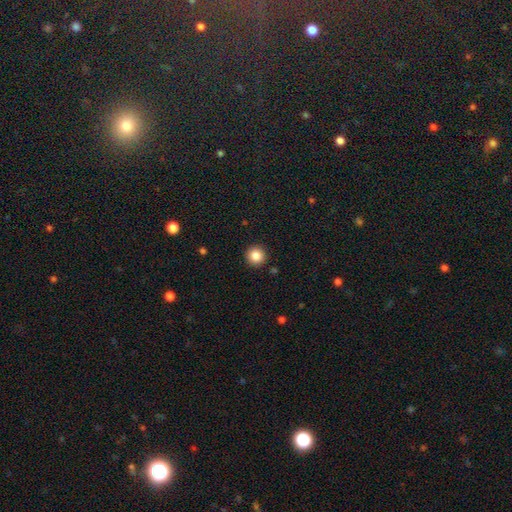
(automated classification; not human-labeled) smooth_or_featured: smooth (p=0.85) [alt: star or artifact p=0.10]
how_rounded: round (p=0.95) [alt: in between p=0.04]
merging: none (p=0.93) [alt: minor disturbance p=0.05]